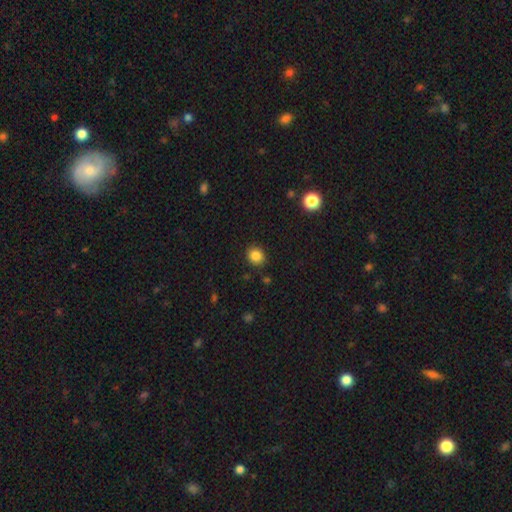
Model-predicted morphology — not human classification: Smooth or featured?
  - smooth: 85% *
  - star or artifact: 11%
  - featured or disk: 4%
How rounded?
  - round: 73% *
  - in between: 26%
  - cigar-shaped: 1%
Merging?
  - none: 88% *
  - minor disturbance: 8%
  - major disturbance: 2%
  - merger: 2%